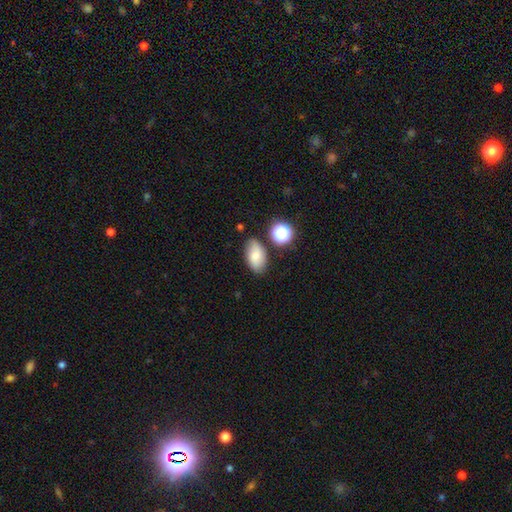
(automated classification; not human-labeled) A smooth galaxy with no disk features (73%) that is in between round and cigar-shaped (89%).

Vote fractions:
- Smooth or featured? smooth: 73% / featured or disk: 16% / star or artifact: 11%
- How rounded? in between: 89% / round: 9% / cigar-shaped: 2%
- Merging? none: 76% / minor disturbance: 16% / merger: 5% / major disturbance: 4%